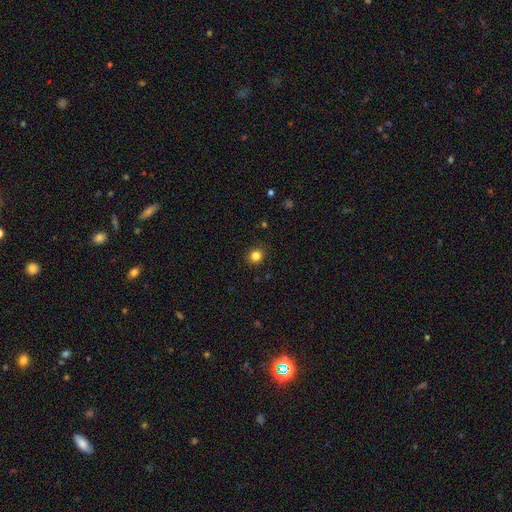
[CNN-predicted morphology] A smooth galaxy with no disk features (83%) that is round (86%). Merging: none (90%).